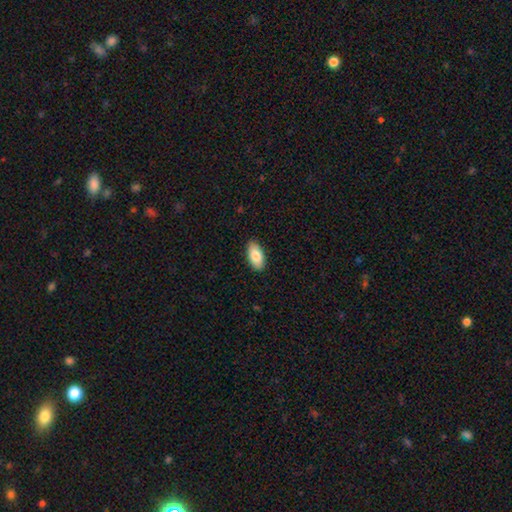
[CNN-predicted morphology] Smooth or featured? Predicted: smooth (p=0.84). How rounded? Predicted: in between (p=0.93). Merging? Predicted: none (p=0.89).